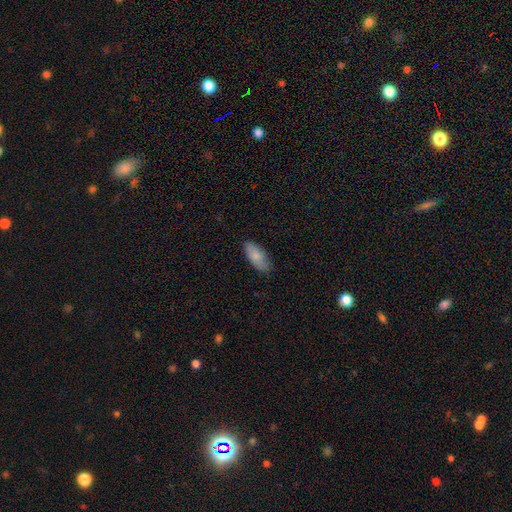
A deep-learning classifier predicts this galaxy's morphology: smooth 83%, featured or disk 11%, star or artifact 6%. Down the decision tree: how rounded — in between (87%); merging — none (82%).